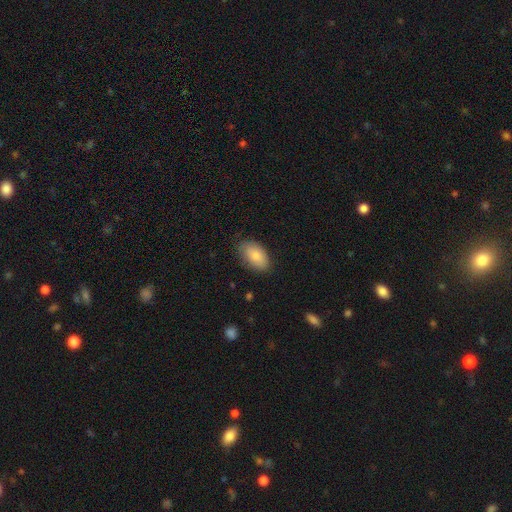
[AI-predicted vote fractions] Q: Smooth or featured?
A: smooth (84%); runner-up: featured or disk (9%)
Q: How rounded?
A: in between (94%); runner-up: round (5%)
Q: Merging?
A: none (79%); runner-up: minor disturbance (17%)